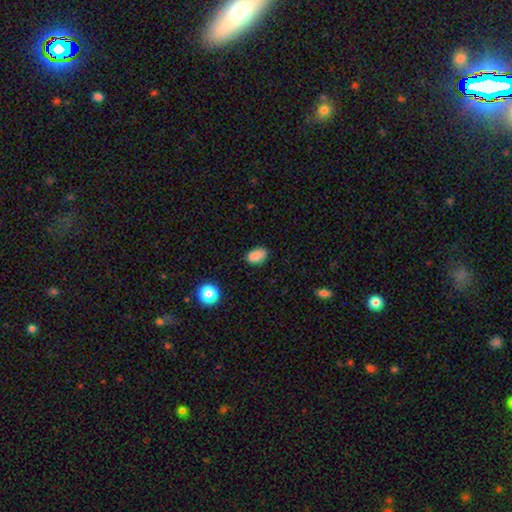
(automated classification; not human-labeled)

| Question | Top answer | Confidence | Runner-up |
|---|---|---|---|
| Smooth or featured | smooth | 87% | star or artifact (10%) |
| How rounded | in between | 87% | round (12%) |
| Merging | none | 78% | minor disturbance (17%) |